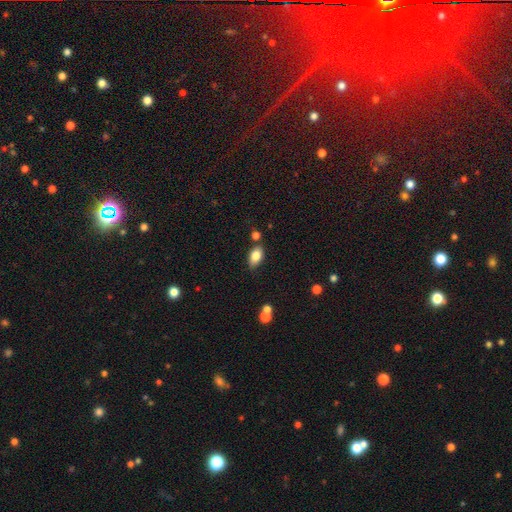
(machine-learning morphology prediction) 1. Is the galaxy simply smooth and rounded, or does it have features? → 83% smooth, 9% featured or disk, 8% star or artifact.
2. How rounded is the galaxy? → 91% in between, 7% round, 2% cigar-shaped.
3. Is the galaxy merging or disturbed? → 75% none, 14% minor disturbance, 7% merger, 3% major disturbance.